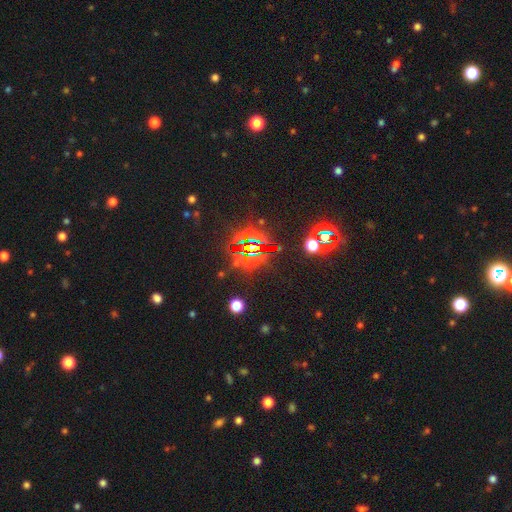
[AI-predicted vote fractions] This appears to be a star or artifact, not a galaxy (82%).